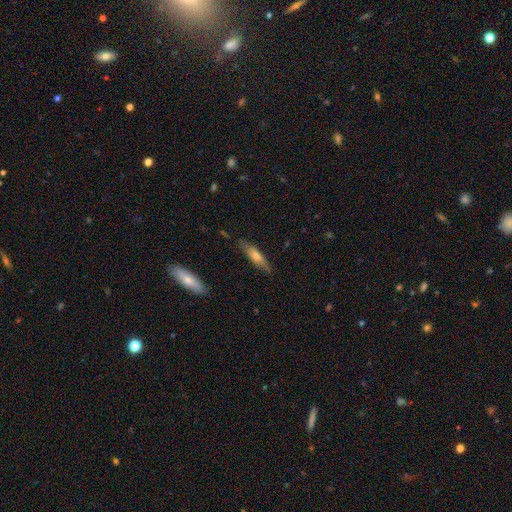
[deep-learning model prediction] Morphology: type=smooth (51%); roundness=cigar-shaped (76%); merging=none (82%).